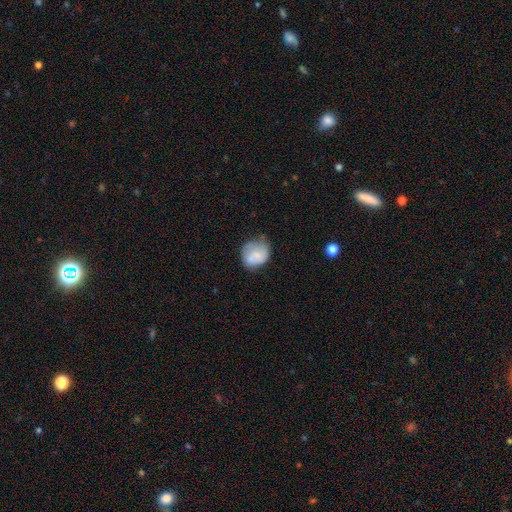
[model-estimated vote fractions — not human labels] smooth-or-featured: smooth: 67% | featured or disk: 25% | star or artifact: 8%
  how-rounded: round: 66% | in between: 33% | cigar-shaped: 1%
  merging: none: 48% | minor disturbance: 33% | major disturbance: 13% | merger: 6%